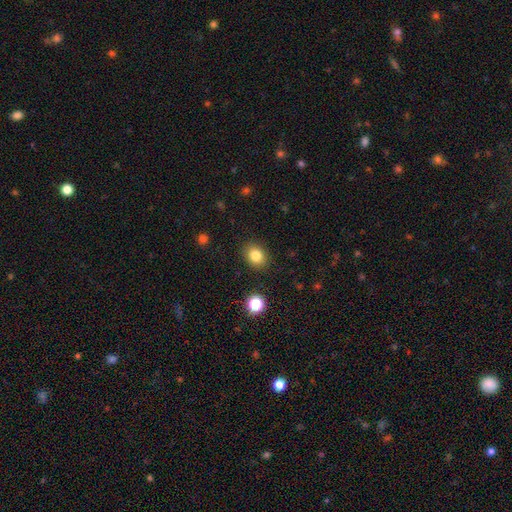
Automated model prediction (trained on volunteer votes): A smooth galaxy with no disk features (82%) that is round (57%). Merging: none (88%).